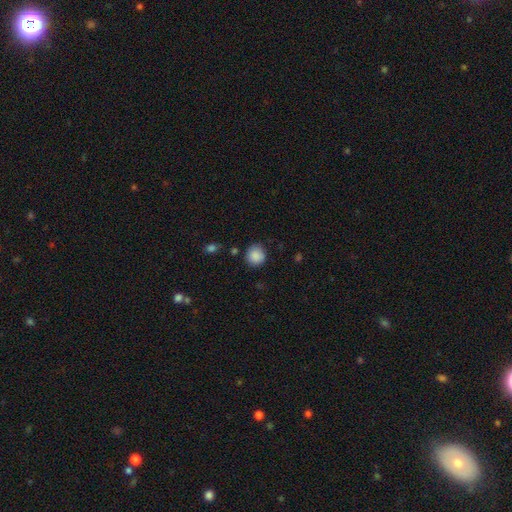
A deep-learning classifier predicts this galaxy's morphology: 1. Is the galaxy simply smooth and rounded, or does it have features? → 88% smooth, 8% star or artifact, 4% featured or disk.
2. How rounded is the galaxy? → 89% round, 10% in between, 1% cigar-shaped.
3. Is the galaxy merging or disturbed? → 83% none, 12% minor disturbance, 3% major disturbance, 2% merger.